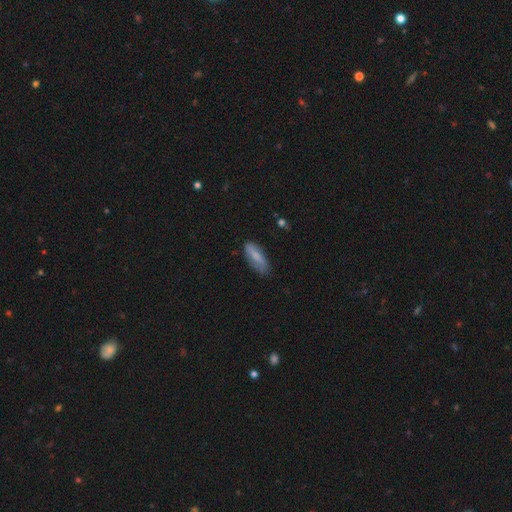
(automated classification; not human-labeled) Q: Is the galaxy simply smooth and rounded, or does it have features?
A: smooth — 70%.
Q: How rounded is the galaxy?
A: in between — 64%.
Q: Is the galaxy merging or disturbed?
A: none — 69%.